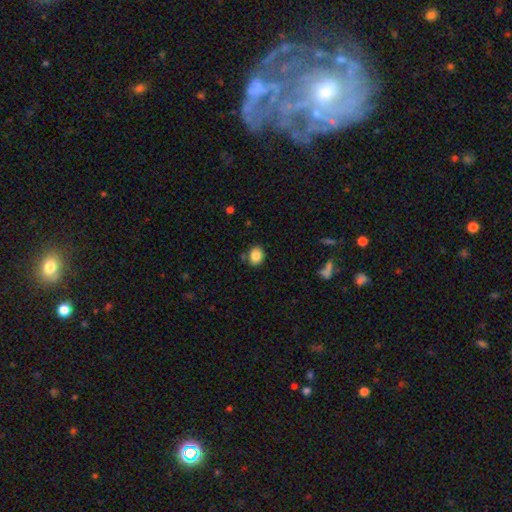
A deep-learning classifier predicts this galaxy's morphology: type=smooth (85%); roundness=round (53%); merging=none (79%).